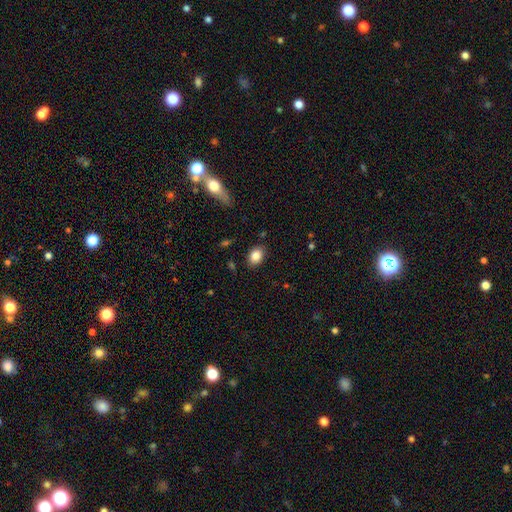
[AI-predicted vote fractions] The model was most divided on "how rounded": in between: 79%, round: 20%, cigar-shaped: 1%. More confident: merging — none (86%); smooth or featured — smooth (85%).